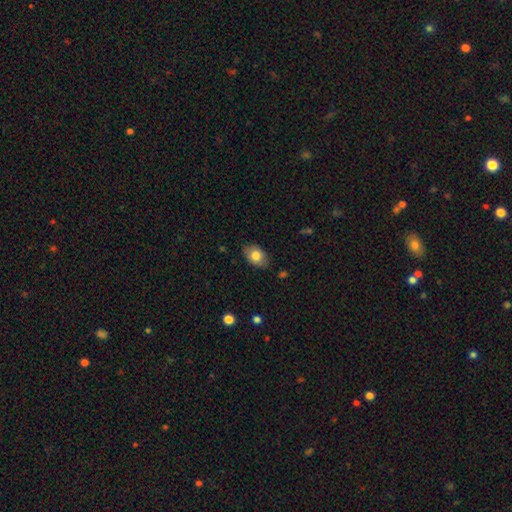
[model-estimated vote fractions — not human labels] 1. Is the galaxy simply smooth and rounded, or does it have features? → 79% smooth, 13% featured or disk, 7% star or artifact.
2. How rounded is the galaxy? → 86% in between, 13% round, 1% cigar-shaped.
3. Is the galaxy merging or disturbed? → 83% none, 13% minor disturbance, 3% major disturbance, 1% merger.